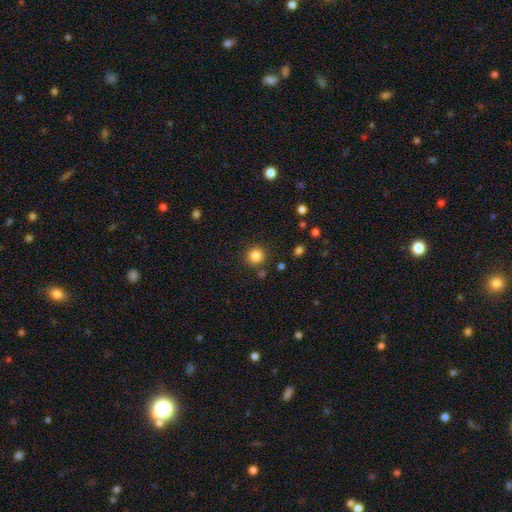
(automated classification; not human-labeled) The model was most divided on "smooth or featured": smooth: 84%, star or artifact: 11%, featured or disk: 4%. More confident: how rounded — round (93%); merging — none (86%).